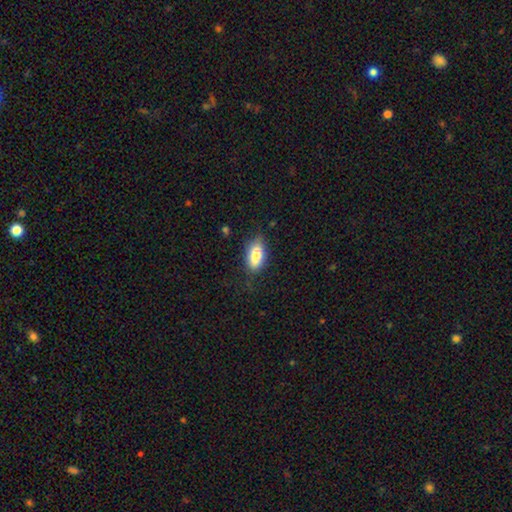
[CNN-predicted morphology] smooth-or-featured: smooth: 80% | featured or disk: 13% | star or artifact: 7%
  how-rounded: in between: 85% | cigar-shaped: 12% | round: 3%
  merging: none: 70% | minor disturbance: 22% | major disturbance: 6% | merger: 2%